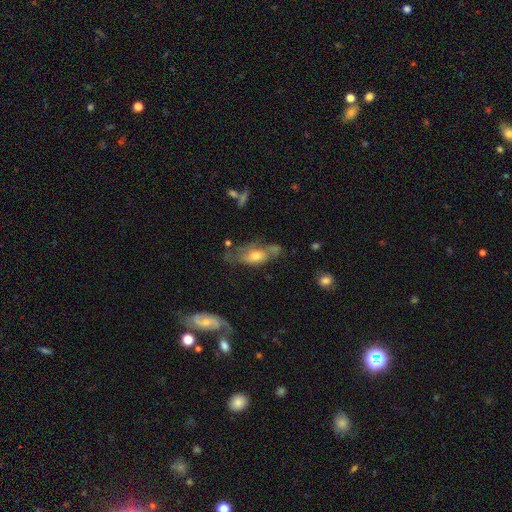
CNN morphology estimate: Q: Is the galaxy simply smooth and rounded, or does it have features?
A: smooth — 49%.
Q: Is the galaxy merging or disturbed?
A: none — 40%.